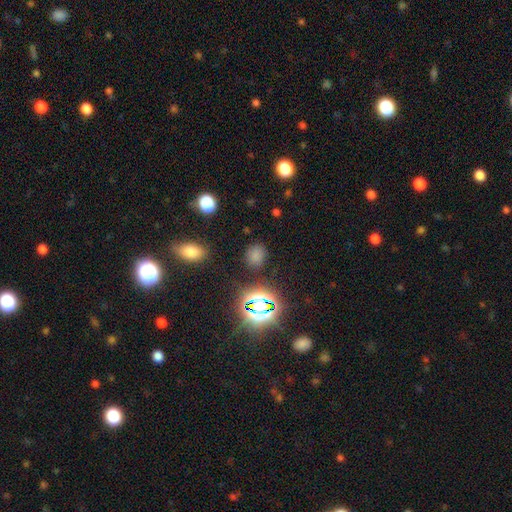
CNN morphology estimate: Smooth or featured? smooth (67%)
How rounded? round (66%)
Merging? none (82%)